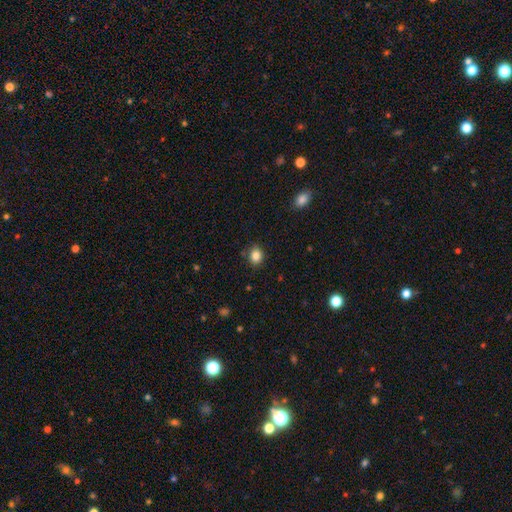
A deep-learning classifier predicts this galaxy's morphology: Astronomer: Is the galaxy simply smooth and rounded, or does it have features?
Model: smooth — 85%.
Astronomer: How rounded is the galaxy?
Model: round — 59% (runner-up: in between, 40%).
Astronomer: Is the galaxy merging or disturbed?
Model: none — 84%.